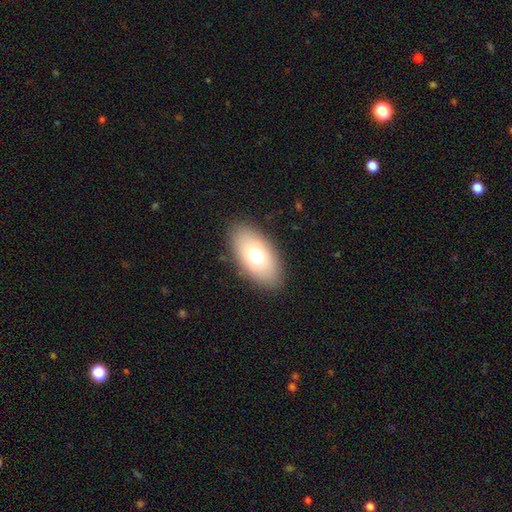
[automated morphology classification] The model was most divided on "smooth or featured": smooth: 71%, featured or disk: 20%, star or artifact: 9%. More confident: how rounded — in between (92%); merging — none (86%).